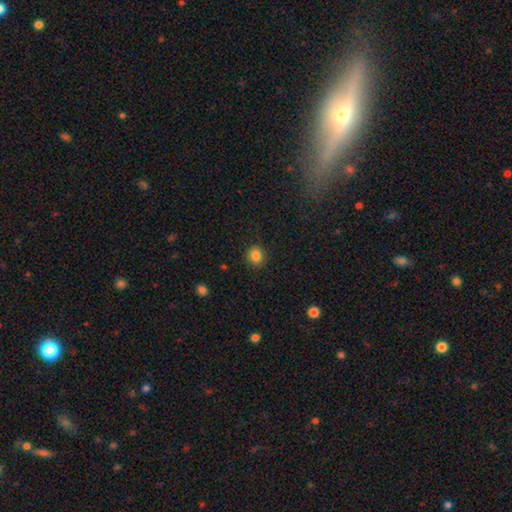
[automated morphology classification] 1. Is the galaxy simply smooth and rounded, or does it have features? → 84% smooth, 11% star or artifact, 5% featured or disk.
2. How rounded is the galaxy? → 81% round, 18% in between, 1% cigar-shaped.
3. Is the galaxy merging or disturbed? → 89% none, 8% minor disturbance, 2% major disturbance, 1% merger.